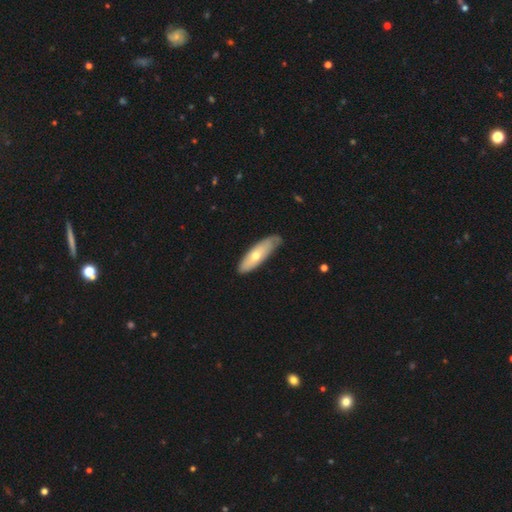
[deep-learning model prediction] A smooth galaxy with no disk features (57%) that is in between round and cigar-shaped (51%). Merging: none (69%).